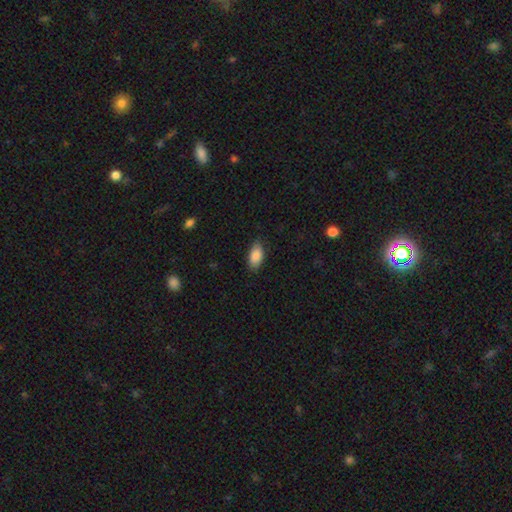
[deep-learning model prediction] This is clearly a smooth galaxy (88%). How rounded: clearly in between (93%). Merging: clearly none (82%).